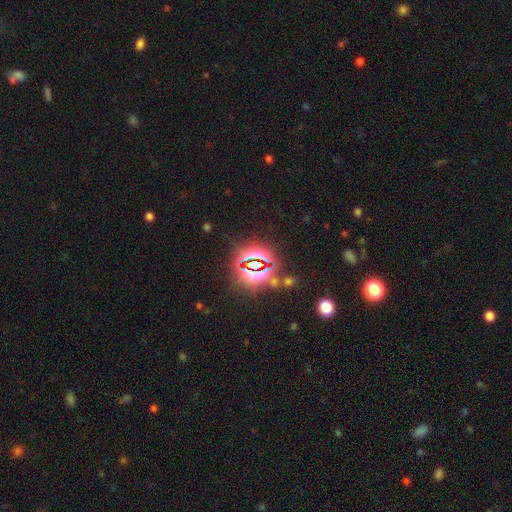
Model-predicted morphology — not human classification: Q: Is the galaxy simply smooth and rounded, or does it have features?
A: star or artifact — 81%.